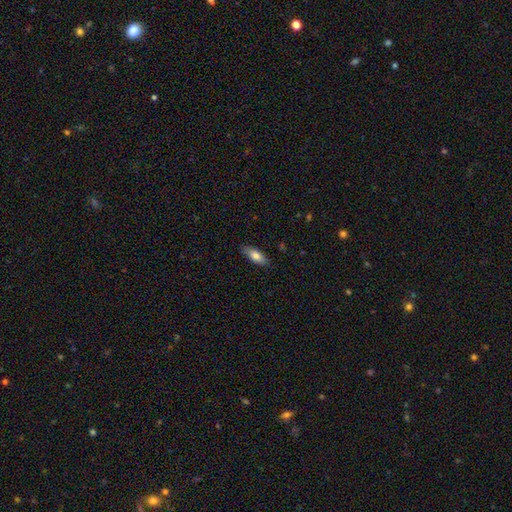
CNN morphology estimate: Smooth or featured? smooth (76%)
How rounded? in between (73%)
Merging? none (85%)